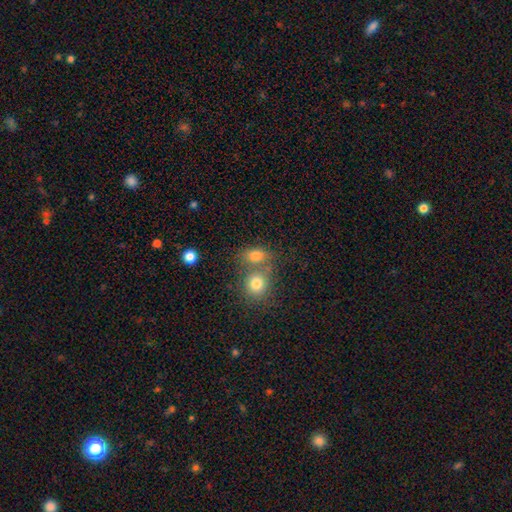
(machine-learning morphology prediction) A smooth galaxy with no disk features (79%) that is in between round and cigar-shaped (56%).

Vote fractions:
- Smooth or featured? smooth: 79% / star or artifact: 12% / featured or disk: 9%
- How rounded? in between: 56% / round: 42% / cigar-shaped: 2%
- Merging? none: 44% / merger: 43% / minor disturbance: 9% / major disturbance: 4%